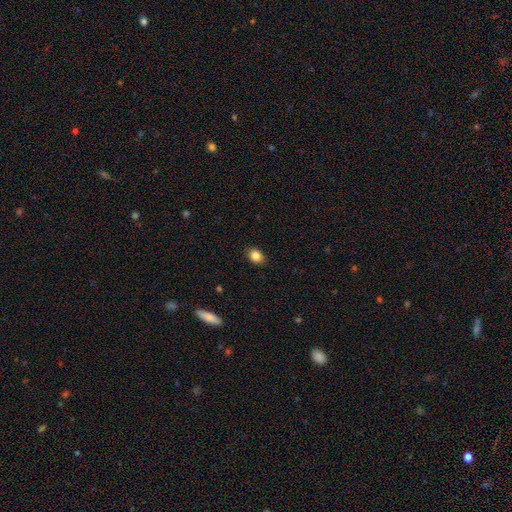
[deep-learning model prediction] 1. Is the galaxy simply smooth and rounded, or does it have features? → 85% smooth, 9% star or artifact, 5% featured or disk.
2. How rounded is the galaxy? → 64% in between, 35% round, 1% cigar-shaped.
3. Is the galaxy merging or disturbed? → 88% none, 9% minor disturbance, 2% major disturbance, 1% merger.